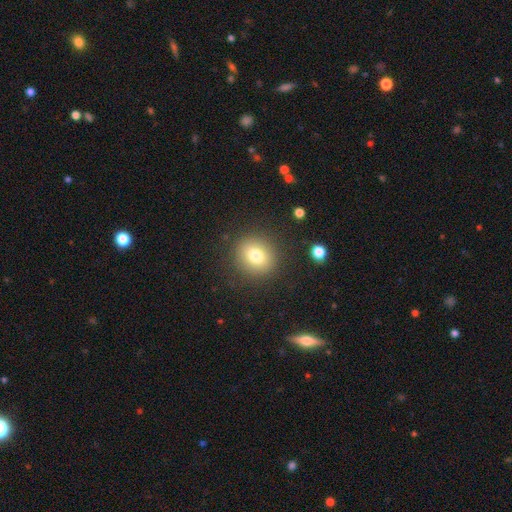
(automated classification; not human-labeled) Smooth or featured: smooth — 77% (star or artifact — 12%)
How rounded: round — 85% (in between — 14%)
Merging: none — 87% (minor disturbance — 8%)